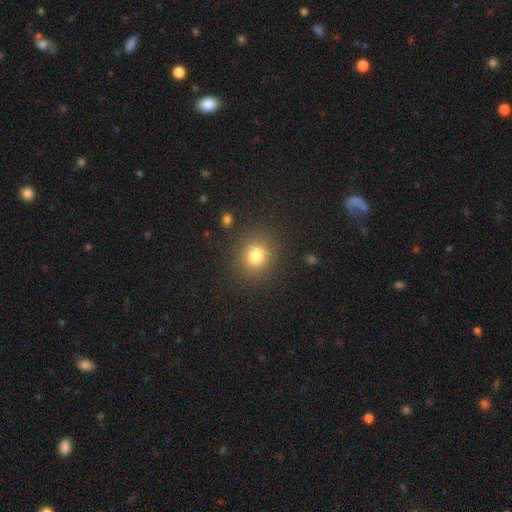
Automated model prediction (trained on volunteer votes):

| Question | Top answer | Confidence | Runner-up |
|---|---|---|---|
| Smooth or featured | smooth | 79% | star or artifact (13%) |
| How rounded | round | 83% | in between (16%) |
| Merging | none | 88% | minor disturbance (7%) |